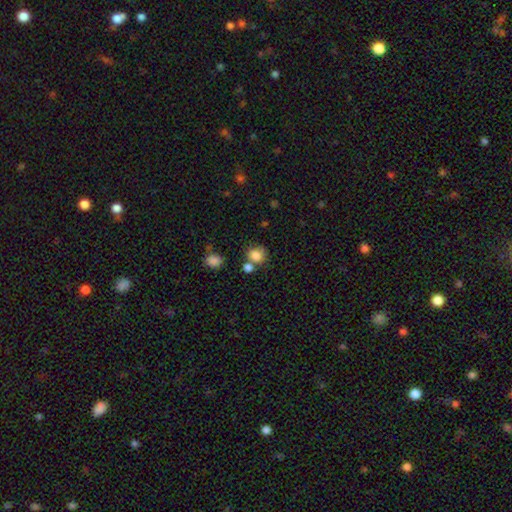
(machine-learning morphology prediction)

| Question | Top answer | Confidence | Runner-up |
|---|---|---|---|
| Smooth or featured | smooth | 82% | star or artifact (11%) |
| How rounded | round | 75% | in between (24%) |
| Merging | none | 59% | merger (23%) |